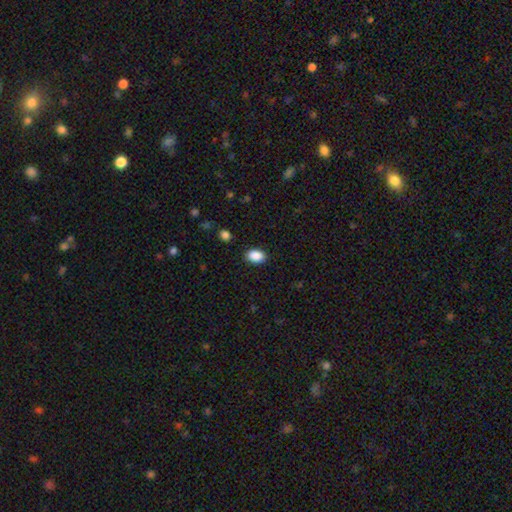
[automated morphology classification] Overall: smooth (90%). How rounded: in between (84%). Merging: none (88%).